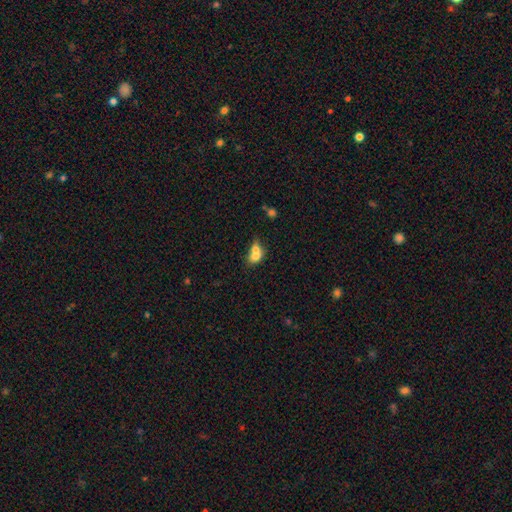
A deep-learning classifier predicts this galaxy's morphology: smooth-or-featured: smooth: 70% | featured or disk: 21% | star or artifact: 10%
  how-rounded: in between: 59% | round: 38% | cigar-shaped: 2%
  merging: merger: 67% | none: 20% | minor disturbance: 8% | major disturbance: 5%